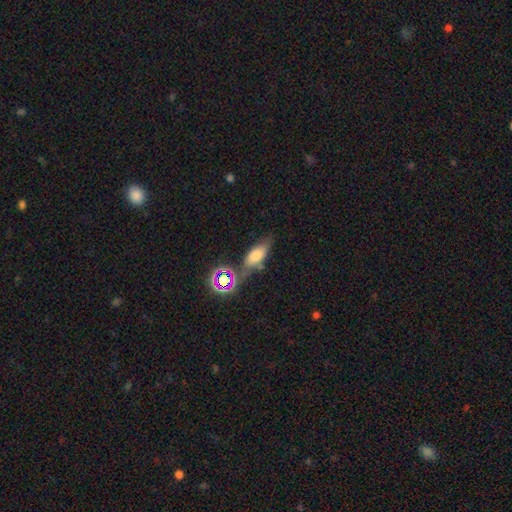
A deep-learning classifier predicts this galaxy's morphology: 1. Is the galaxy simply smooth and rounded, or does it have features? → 66% smooth, 18% featured or disk, 16% star or artifact.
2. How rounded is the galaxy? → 75% in between, 18% cigar-shaped, 8% round.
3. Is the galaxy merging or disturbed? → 56% none, 20% minor disturbance, 16% merger, 8% major disturbance.